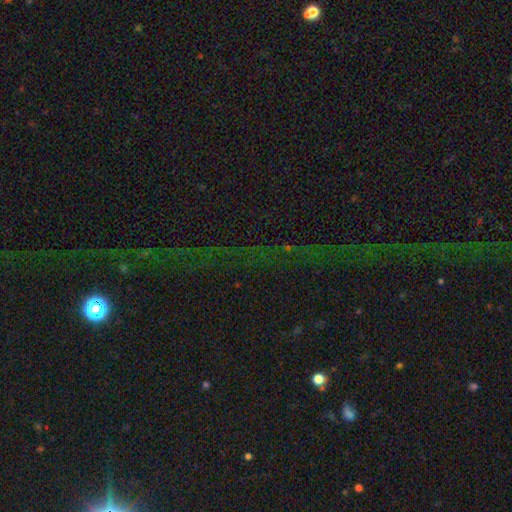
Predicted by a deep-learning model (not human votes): Smooth or featured? star or artifact (75%)